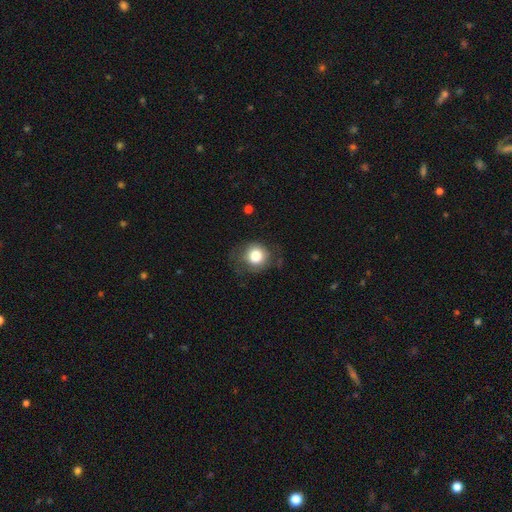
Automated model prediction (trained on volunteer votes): Smooth or featured?
  - smooth: 81% *
  - featured or disk: 11%
  - star or artifact: 9%
How rounded?
  - round: 85% *
  - in between: 14%
  - cigar-shaped: 1%
Merging?
  - none: 67% *
  - minor disturbance: 21%
  - major disturbance: 10%
  - merger: 2%